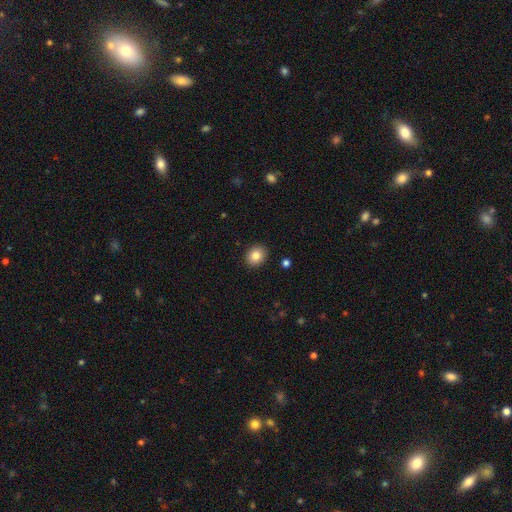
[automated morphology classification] Smooth or featured: smooth — 84% (star or artifact — 9%)
How rounded: round — 68% (in between — 31%)
Merging: none — 91% (minor disturbance — 6%)